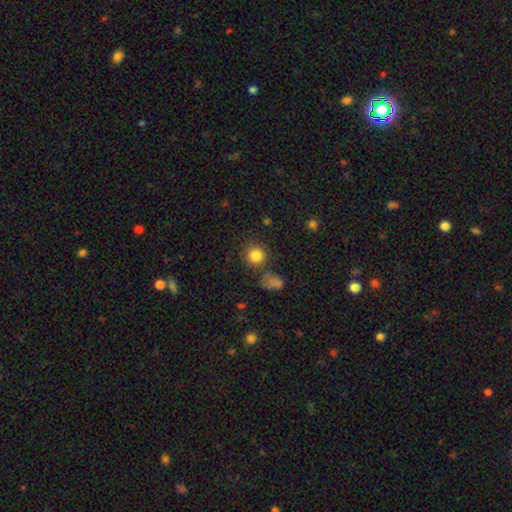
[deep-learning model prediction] Q: Smooth or featured?
A: smooth (83%); runner-up: star or artifact (11%)
Q: How rounded?
A: round (91%); runner-up: in between (8%)
Q: Merging?
A: none (77%); runner-up: minor disturbance (10%)